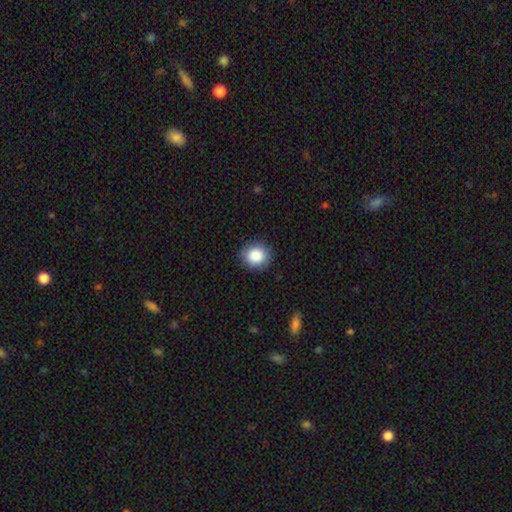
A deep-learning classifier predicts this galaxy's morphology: smooth-or-featured: smooth: 87% | star or artifact: 8% | featured or disk: 4%
  how-rounded: round: 84% | in between: 15% | cigar-shaped: 1%
  merging: none: 89% | minor disturbance: 8% | major disturbance: 2% | merger: 1%